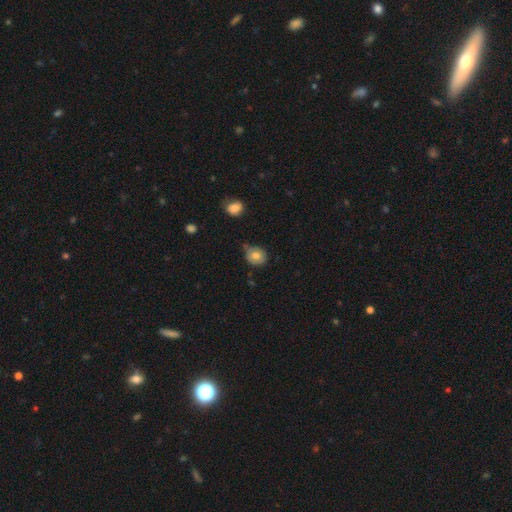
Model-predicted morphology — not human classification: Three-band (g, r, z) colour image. It shows a smooth galaxy with no disk features (77%) that is round (72%). Merging: none (59%).